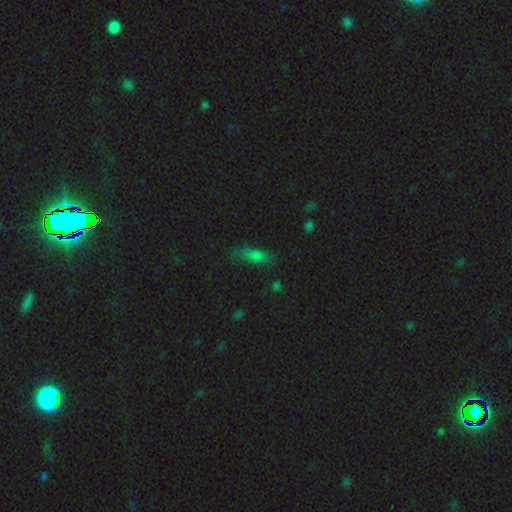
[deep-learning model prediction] Smooth or featured: smooth — 68% (star or artifact — 18%)
How rounded: in between — 59% (cigar-shaped — 36%)
Merging: none — 65% (minor disturbance — 24%)